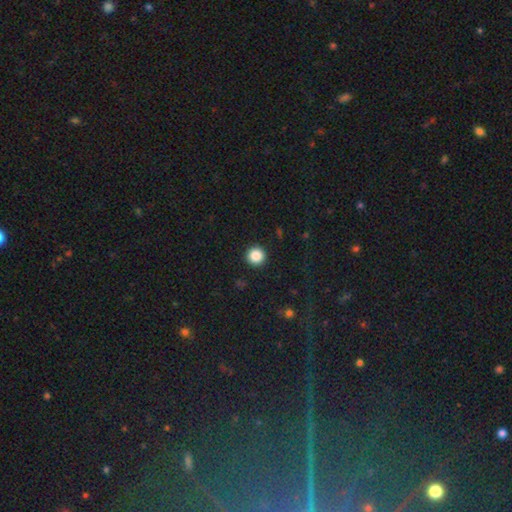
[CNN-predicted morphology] smooth 87%, star or artifact 10%, featured or disk 3%. Down the decision tree: how rounded — round (96%); merging — none (93%).